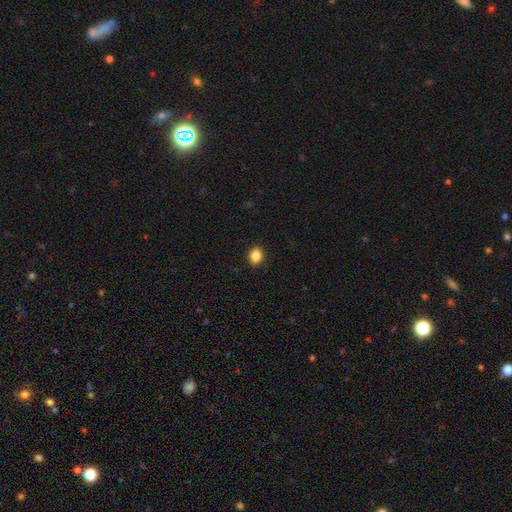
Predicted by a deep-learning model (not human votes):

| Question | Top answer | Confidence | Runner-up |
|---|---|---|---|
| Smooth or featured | smooth | 87% | star or artifact (9%) |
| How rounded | in between | 61% | round (38%) |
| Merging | none | 90% | minor disturbance (7%) |